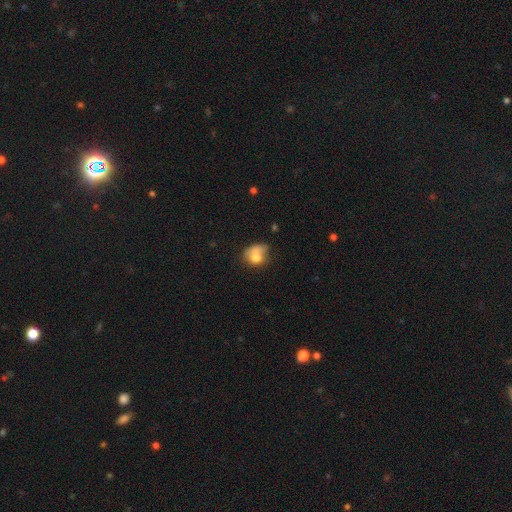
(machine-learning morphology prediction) Overall: smooth (71%). How rounded: round (51%; in between 48%). Merging: merger (32%; none 29%).